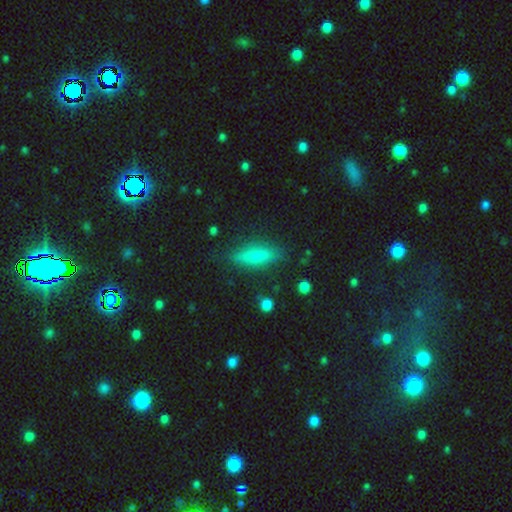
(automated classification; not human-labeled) A smooth galaxy with no disk features (63%) that is cigar-shaped (69%).

Vote fractions:
- Smooth or featured? smooth: 63% / featured or disk: 28% / star or artifact: 9%
- How rounded? cigar-shaped: 69% / in between: 29% / round: 2%
- Merging? none: 85% / minor disturbance: 11% / major disturbance: 3% / merger: 1%